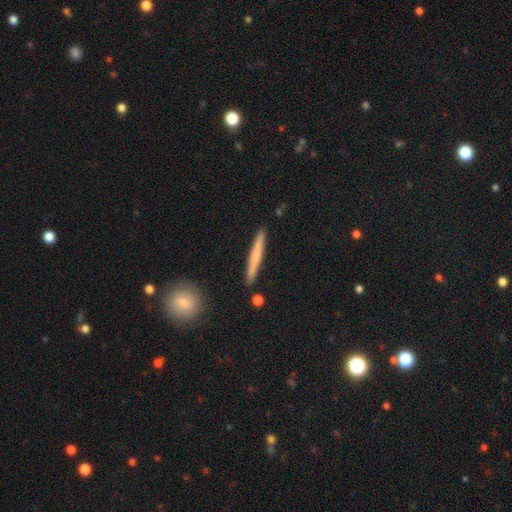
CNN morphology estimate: A smooth galaxy with no disk features (58%) that is cigar-shaped (96%).

Vote fractions:
- Smooth or featured? smooth: 58% / featured or disk: 37% / star or artifact: 5%
- How rounded? cigar-shaped: 96% / in between: 2% / round: 2%
- Merging? none: 91% / minor disturbance: 6% / merger: 2% / major disturbance: 1%